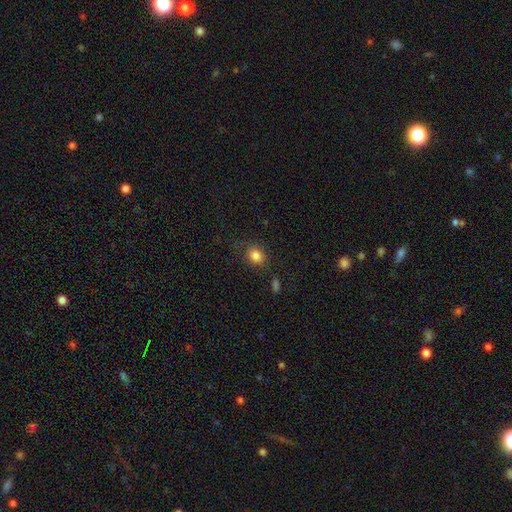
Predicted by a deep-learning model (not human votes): Smooth or featured: smooth — 83% (star or artifact — 11%)
How rounded: round — 66% (in between — 32%)
Merging: none — 71% (minor disturbance — 17%)